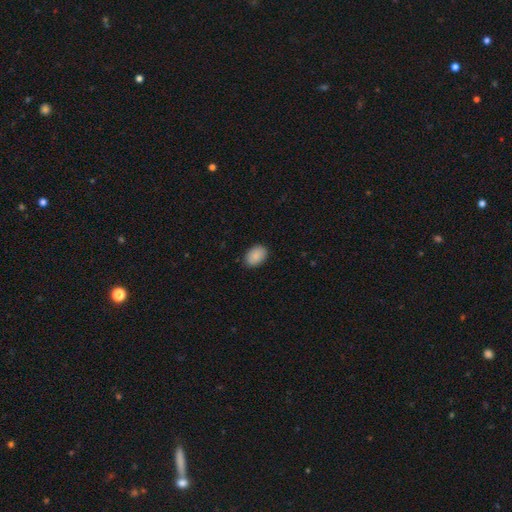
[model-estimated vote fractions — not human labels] smooth 89%, star or artifact 7%, featured or disk 4%. Down the decision tree: how rounded — in between (86%); merging — none (88%).